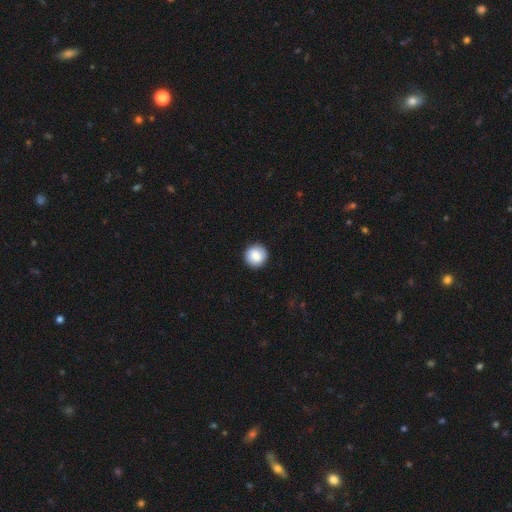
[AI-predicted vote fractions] smooth 86%, star or artifact 7%, featured or disk 7%. Down the decision tree: how rounded — round (95%); merging — none (92%).